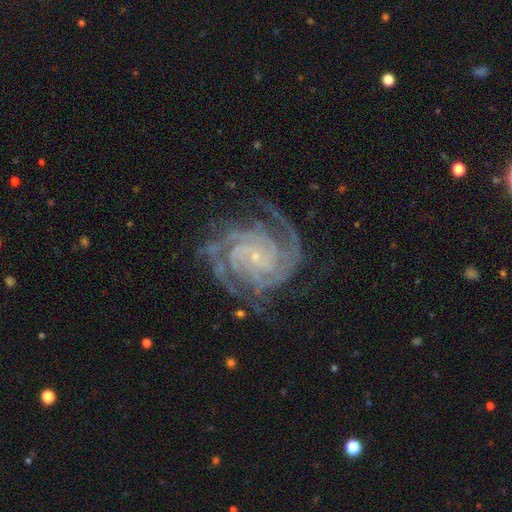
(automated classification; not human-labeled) Smooth or featured? featured or disk (91%)
Edge-on disk? no (98%)
Bar? no (66%)
Spiral arms? yes (99%)
Spiral winding? tight (72%)
Spiral arm count? 4 (26%)
Bulge size? small (86%)
Merging? none (75%)